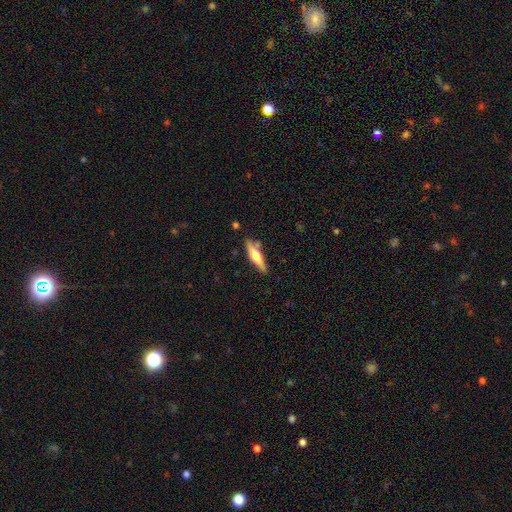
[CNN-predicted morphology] A featured or disk galaxy (61%) viewed edge-on (96%) with a rounded central bulge (93%).

Vote fractions:
- Smooth or featured? featured or disk: 61% / smooth: 34% / star or artifact: 5%
- Edge-on disk? yes: 96% / no: 4%
- Edge-on bulge? rounded: 93% / boxy: 5% / none: 3%
- Merging? none: 82% / minor disturbance: 12% / merger: 4% / major disturbance: 3%